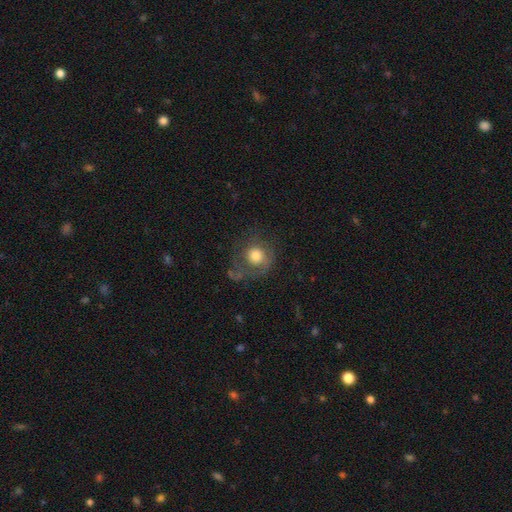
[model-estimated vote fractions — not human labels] Q: Smooth or featured?
A: smooth (61%); runner-up: featured or disk (29%)
Q: How rounded?
A: round (88%); runner-up: in between (11%)
Q: Merging?
A: none (47%); runner-up: major disturbance (29%)